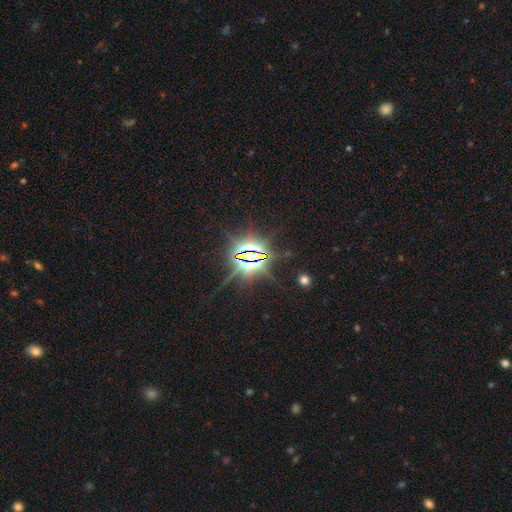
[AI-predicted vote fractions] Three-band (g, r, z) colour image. It shows a star or artifact, not a galaxy (83%).